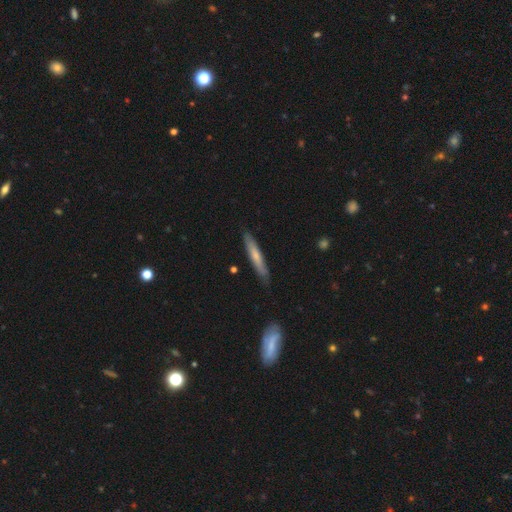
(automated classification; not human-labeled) Smooth or featured?
  - smooth: 60% *
  - featured or disk: 35%
  - star or artifact: 5%
How rounded?
  - cigar-shaped: 92% *
  - in between: 7%
  - round: 1%
Merging?
  - none: 84% *
  - minor disturbance: 12%
  - major disturbance: 2%
  - merger: 2%